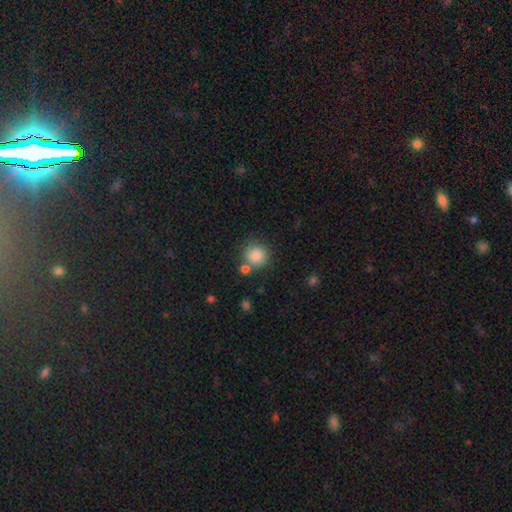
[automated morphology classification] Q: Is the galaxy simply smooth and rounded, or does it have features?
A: smooth — 86%.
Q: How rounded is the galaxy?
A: round — 90%.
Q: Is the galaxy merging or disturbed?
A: none — 74%.